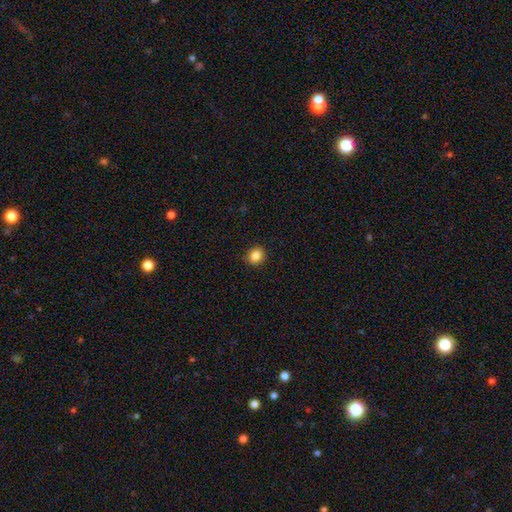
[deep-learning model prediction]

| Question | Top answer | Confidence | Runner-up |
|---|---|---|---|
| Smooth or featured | smooth | 85% | star or artifact (10%) |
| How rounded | round | 77% | in between (22%) |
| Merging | none | 90% | minor disturbance (7%) |